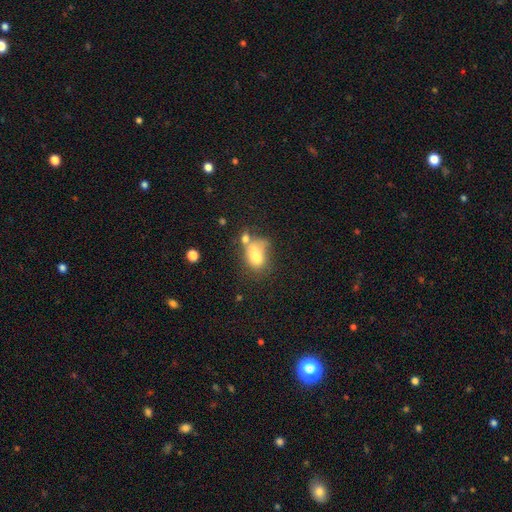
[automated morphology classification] Smooth or featured: smooth — 65% (featured or disk — 22%)
How rounded: in between — 72% (round — 26%)
Merging: merger — 36% (none — 27%)